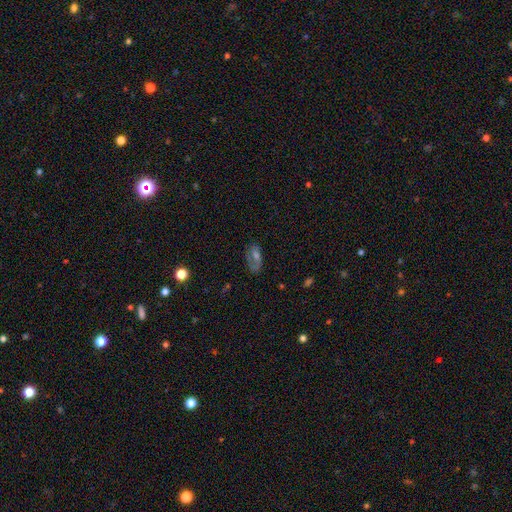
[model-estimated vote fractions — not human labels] Morphology: type=featured or disk (49%); merging=none (61%).